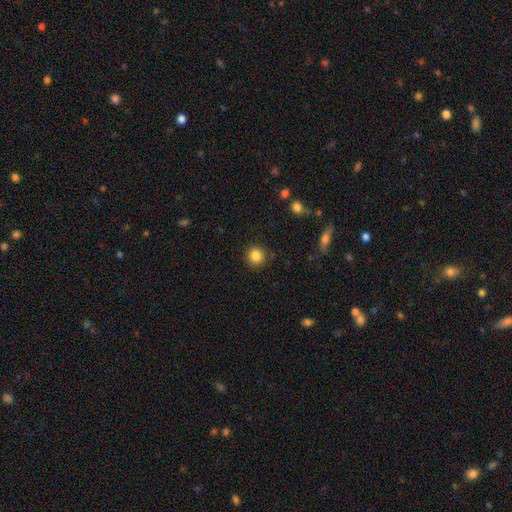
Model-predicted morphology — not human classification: Smooth or featured?
  - smooth: 85% *
  - star or artifact: 10%
  - featured or disk: 4%
How rounded?
  - round: 93% *
  - in between: 6%
  - cigar-shaped: 1%
Merging?
  - none: 89% *
  - minor disturbance: 7%
  - major disturbance: 2%
  - merger: 1%